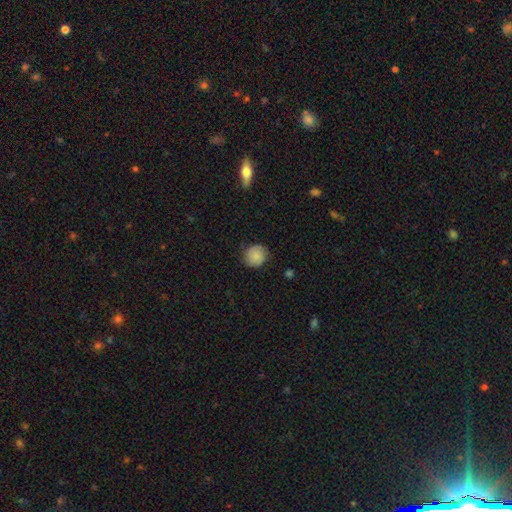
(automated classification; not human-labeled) smooth_or_featured: smooth (p=0.82) [alt: featured or disk p=0.10]
how_rounded: round (p=0.89) [alt: in between p=0.10]
merging: none (p=0.81) [alt: minor disturbance p=0.15]